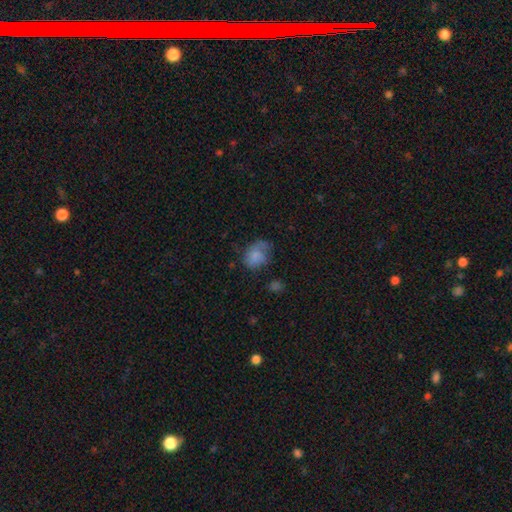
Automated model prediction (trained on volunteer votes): Smooth or featured: smooth — 69% (featured or disk — 21%)
How rounded: in between — 61% (round — 38%)
Merging: none — 40% (minor disturbance — 32%)